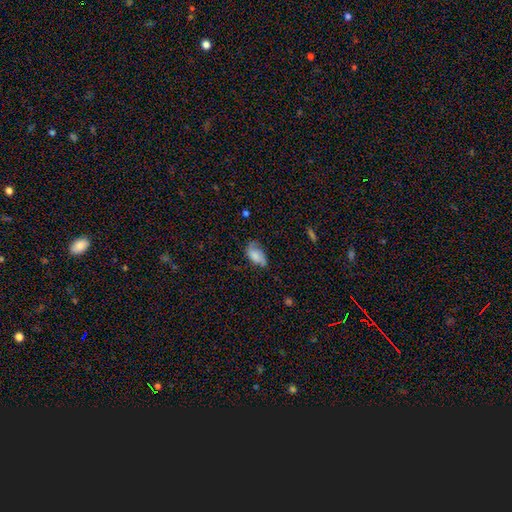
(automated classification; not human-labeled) smooth-or-featured: smooth: 64% | featured or disk: 28% | star or artifact: 8%
  how-rounded: in between: 92% | round: 5% | cigar-shaped: 3%
  merging: none: 49% | minor disturbance: 35% | major disturbance: 14% | merger: 2%